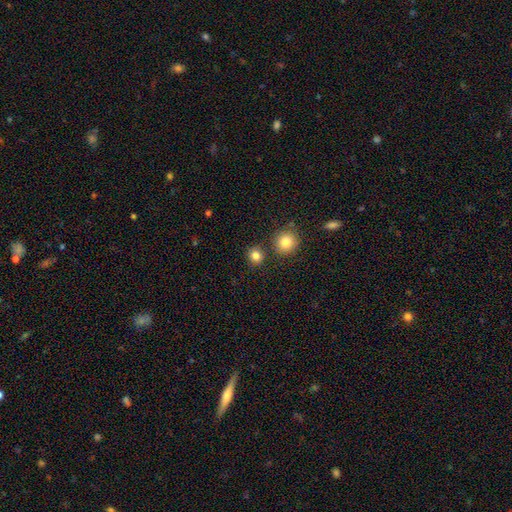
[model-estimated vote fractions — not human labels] Smooth or featured: smooth — 83% (star or artifact — 12%)
How rounded: round — 87% (in between — 13%)
Merging: none — 83% (merger — 7%)